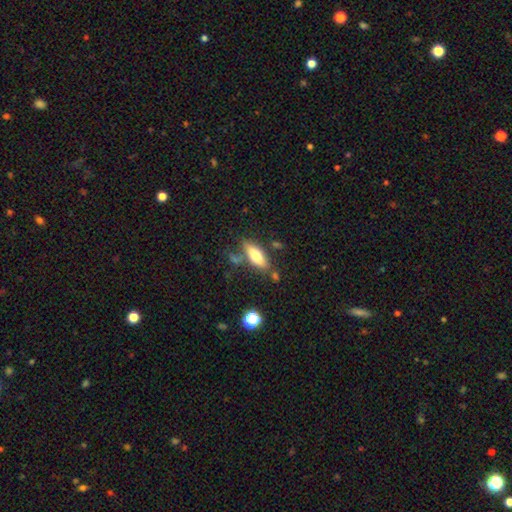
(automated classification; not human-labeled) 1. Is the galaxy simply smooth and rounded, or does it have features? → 67% smooth, 25% featured or disk, 8% star or artifact.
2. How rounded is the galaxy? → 66% in between, 31% cigar-shaped, 3% round.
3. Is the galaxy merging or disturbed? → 68% none, 17% minor disturbance, 10% merger, 5% major disturbance.